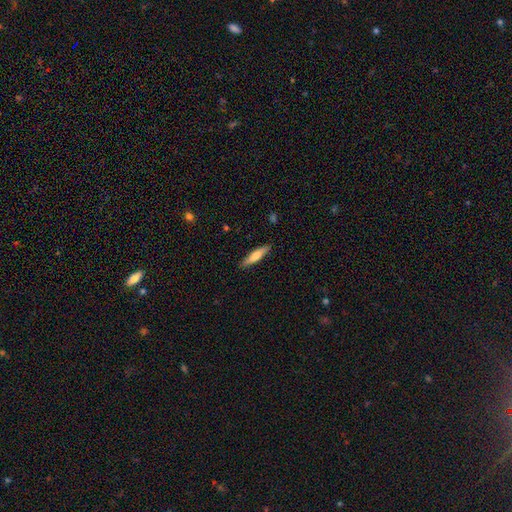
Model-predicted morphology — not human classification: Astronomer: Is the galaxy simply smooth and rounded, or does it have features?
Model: smooth — 66%.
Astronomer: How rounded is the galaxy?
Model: cigar-shaped — 79%.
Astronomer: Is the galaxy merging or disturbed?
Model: none — 87%.